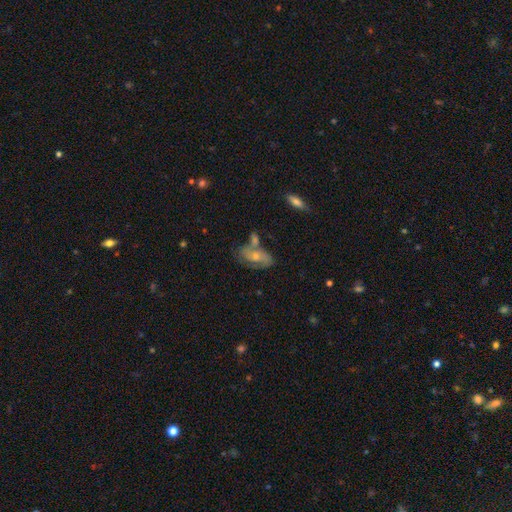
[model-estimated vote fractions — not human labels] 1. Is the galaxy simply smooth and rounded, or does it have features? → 54% featured or disk, 38% smooth, 7% star or artifact.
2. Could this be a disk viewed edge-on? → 93% no, 7% yes.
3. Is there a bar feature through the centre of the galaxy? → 74% no, 21% weak, 5% strong.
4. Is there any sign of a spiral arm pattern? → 72% yes, 28% no.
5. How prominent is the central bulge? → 50% small, 44% moderate, 2% large, 2% none, 1% dominant.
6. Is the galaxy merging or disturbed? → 40% none, 29% merger, 21% minor disturbance, 10% major disturbance.